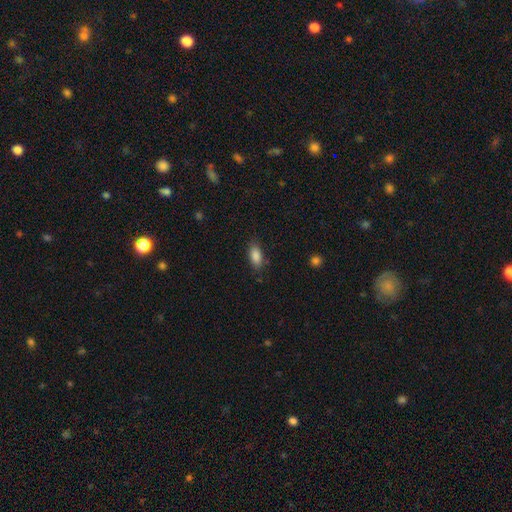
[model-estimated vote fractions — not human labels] Overall: smooth (87%). How rounded: in between (87%). Merging: none (82%).